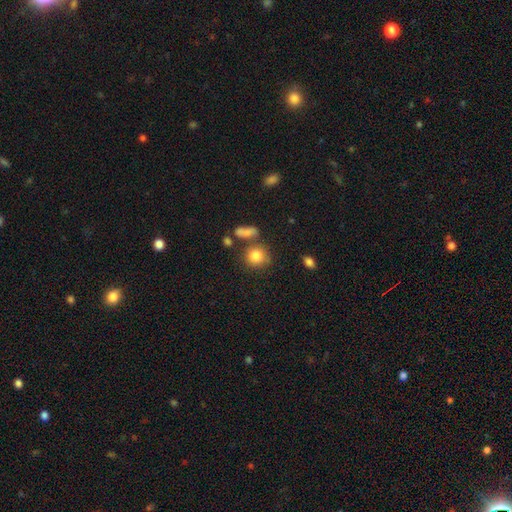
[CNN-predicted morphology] Smooth or featured? Predicted: smooth (p=0.82). How rounded? Predicted: round (p=0.81). Merging? Predicted: none (p=0.65).